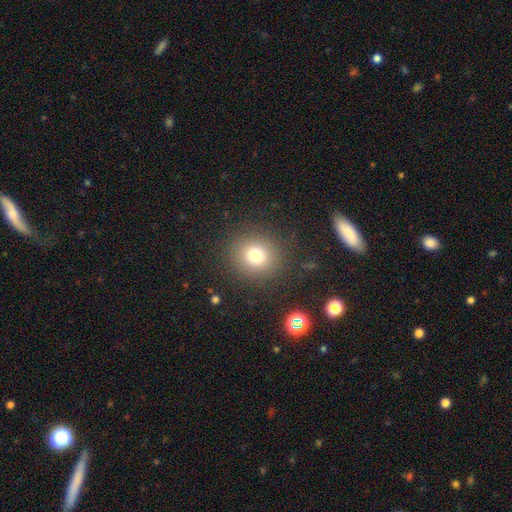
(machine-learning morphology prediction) Q: Smooth or featured?
A: smooth (75%); runner-up: star or artifact (15%)
Q: How rounded?
A: round (90%); runner-up: in between (9%)
Q: Merging?
A: none (88%); runner-up: minor disturbance (7%)